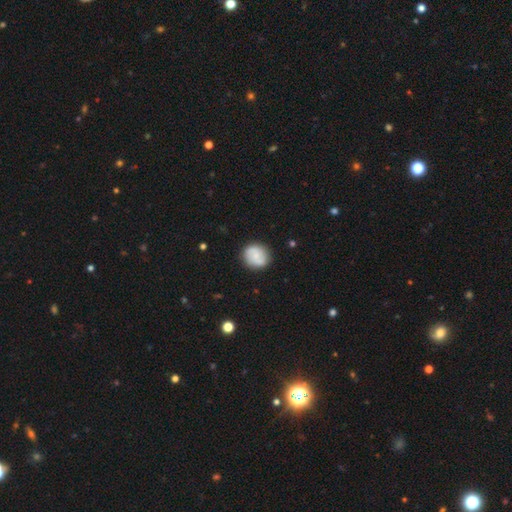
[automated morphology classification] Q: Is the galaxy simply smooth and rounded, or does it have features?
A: smooth — 56%.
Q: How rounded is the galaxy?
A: round — 83%.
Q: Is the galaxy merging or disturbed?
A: none — 82%.